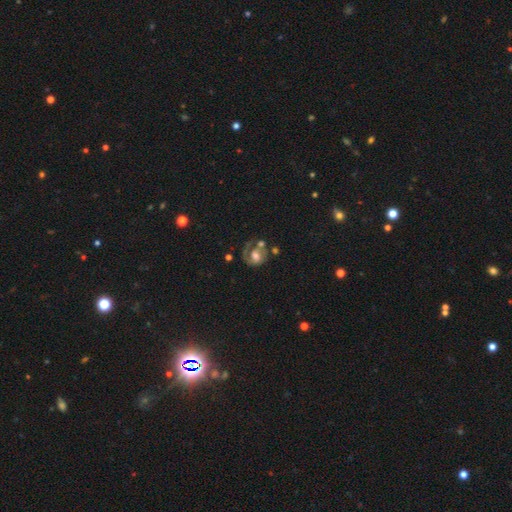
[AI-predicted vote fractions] Smooth or featured?
  - featured or disk: 61% *
  - smooth: 31%
  - star or artifact: 8%
Edge-on disk?
  - no: 97% *
  - yes: 3%
Bar?
  - no: 63% *
  - weak: 30%
  - strong: 7%
Spiral arms?
  - yes: 72% *
  - no: 28%
Bulge size?
  - moderate: 60% *
  - large: 19%
  - small: 15%
  - none: 4%
  - dominant: 2%
Merging?
  - none: 39% *
  - major disturbance: 23%
  - minor disturbance: 20%
  - merger: 19%